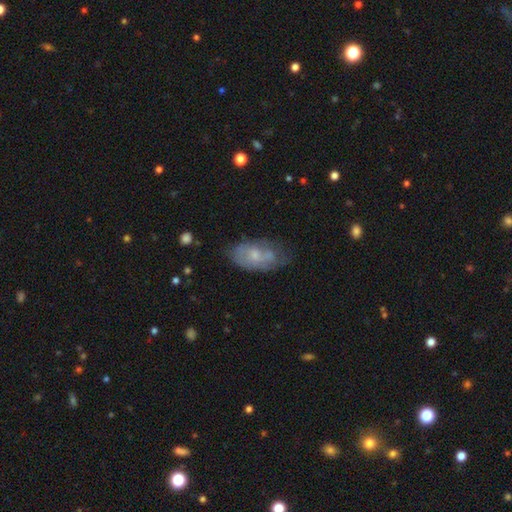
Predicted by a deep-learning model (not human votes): Smooth or featured? Predicted: smooth (p=0.50). Merging? Predicted: none (p=0.52).